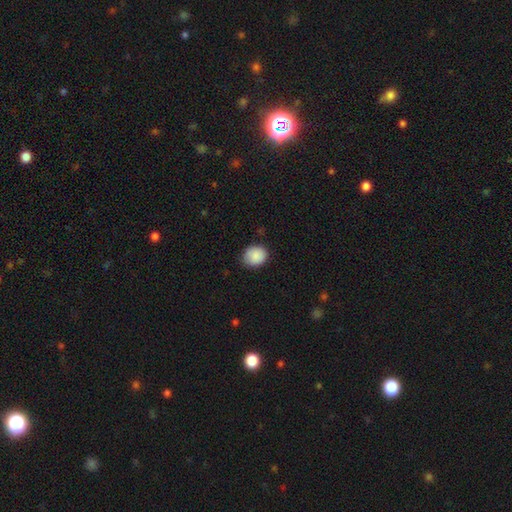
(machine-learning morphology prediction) Smooth or featured? smooth (88%)
How rounded? round (64%)
Merging? none (75%)